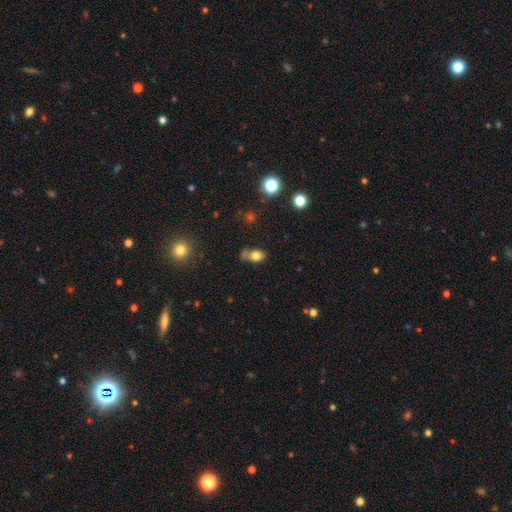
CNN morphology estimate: smooth_or_featured: smooth (p=0.75) [alt: featured or disk p=0.13]
how_rounded: in between (p=0.78) [alt: round p=0.18]
merging: none (p=0.49) [alt: minor disturbance p=0.26]